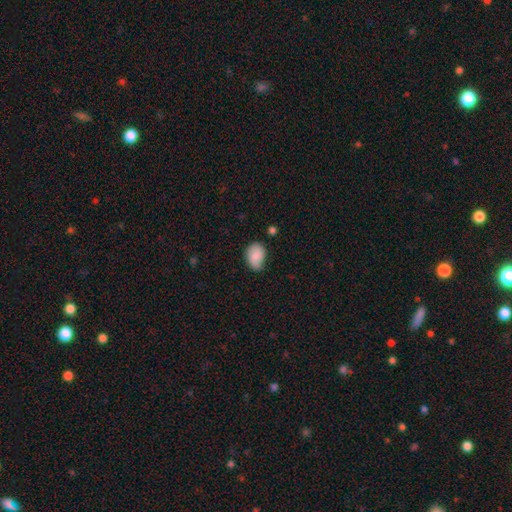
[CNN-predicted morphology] type=smooth (82%); roundness=in between (74%); merging=none (53%).